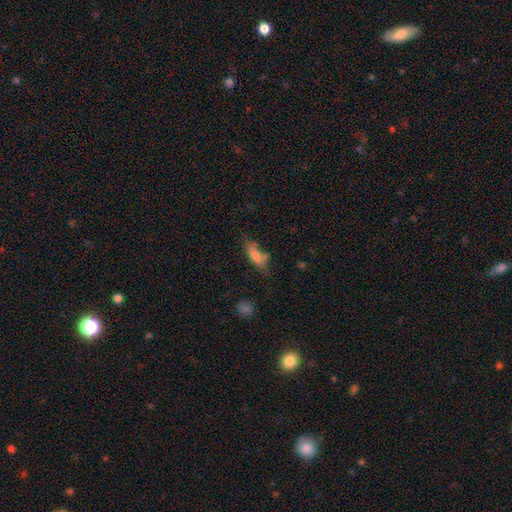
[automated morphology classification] smooth 69%, featured or disk 22%, star or artifact 9%. Down the decision tree: how rounded — in between (57%); merging — none (56%).